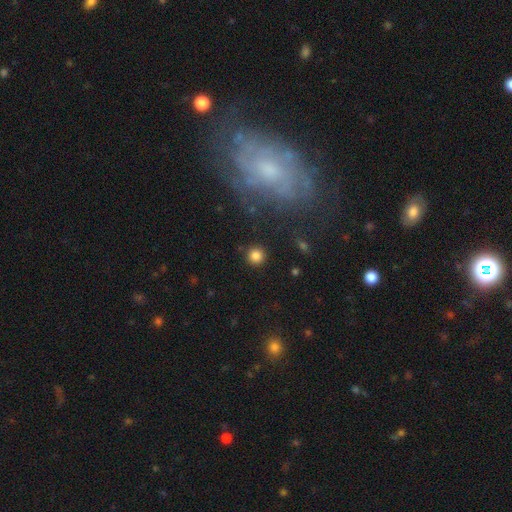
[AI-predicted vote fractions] Smooth or featured? Predicted: smooth (p=0.83). How rounded? Predicted: round (p=0.95). Merging? Predicted: none (p=0.90).